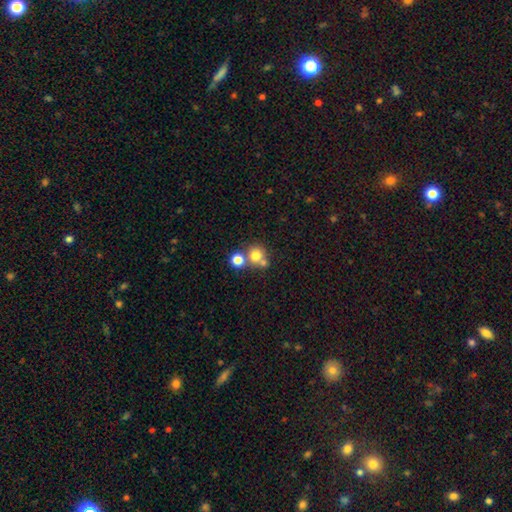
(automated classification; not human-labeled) smooth-or-featured: smooth: 74% | star or artifact: 15% | featured or disk: 12%
  how-rounded: round: 88% | in between: 11% | cigar-shaped: 1%
  merging: none: 52% | merger: 37% | minor disturbance: 7% | major disturbance: 4%